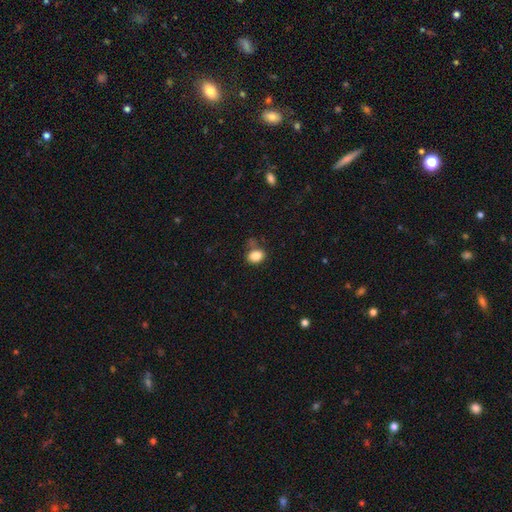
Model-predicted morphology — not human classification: Smooth or featured: smooth — 85% (star or artifact — 10%)
How rounded: in between — 64% (round — 35%)
Merging: none — 65% (minor disturbance — 21%)